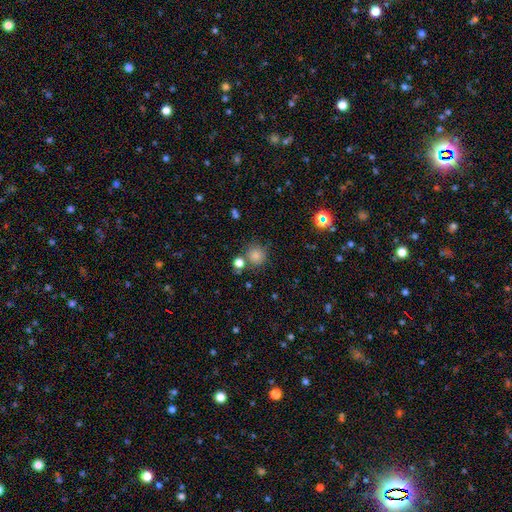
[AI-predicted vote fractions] A smooth galaxy with no disk features (81%) that is round (93%). Merging: none (75%).